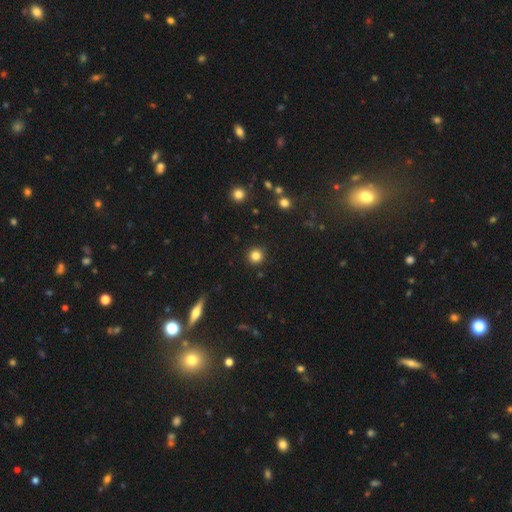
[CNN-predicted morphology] This appears to be a smooth galaxy with no disk features (83%) that is round (94%). Merging: none (92%).